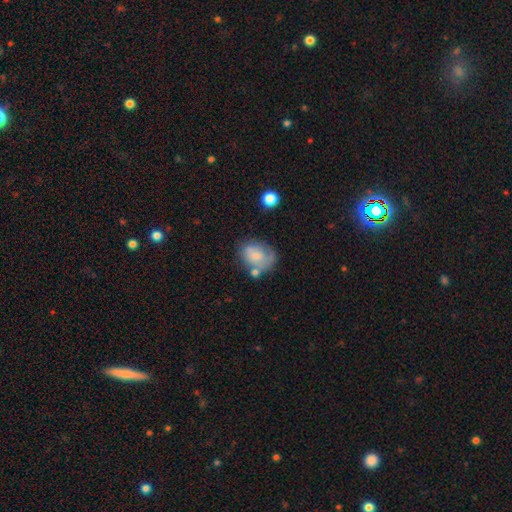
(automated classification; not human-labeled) This appears to be a smooth galaxy with no disk features (62%) that is in between round and cigar-shaped (57%). Merging: none (45%).